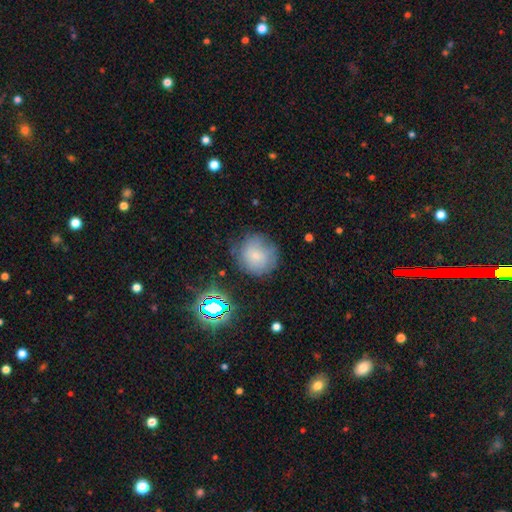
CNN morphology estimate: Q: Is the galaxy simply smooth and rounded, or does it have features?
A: smooth — 68%.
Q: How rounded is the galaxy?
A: round — 88%.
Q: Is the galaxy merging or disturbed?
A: none — 67%.